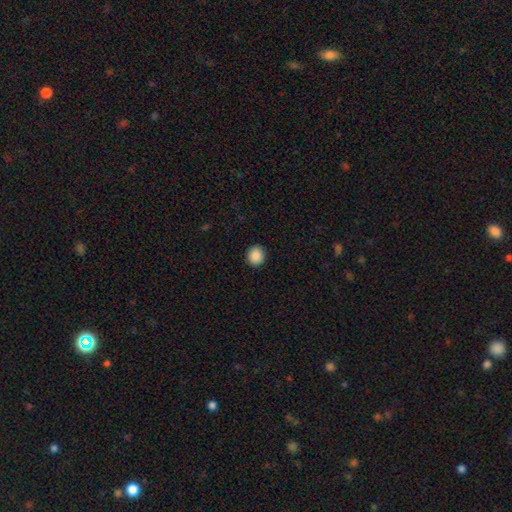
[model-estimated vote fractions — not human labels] Smooth or featured? Predicted: smooth (p=0.89). How rounded? Predicted: round (p=0.84). Merging? Predicted: none (p=0.92).